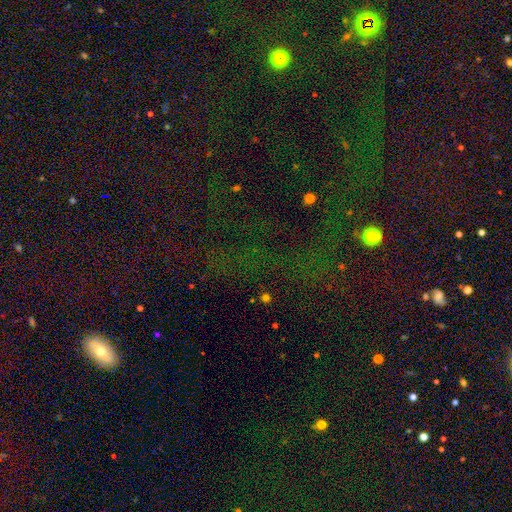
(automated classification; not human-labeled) Smooth or featured?
  - star or artifact: 67% *
  - smooth: 22%
  - featured or disk: 11%